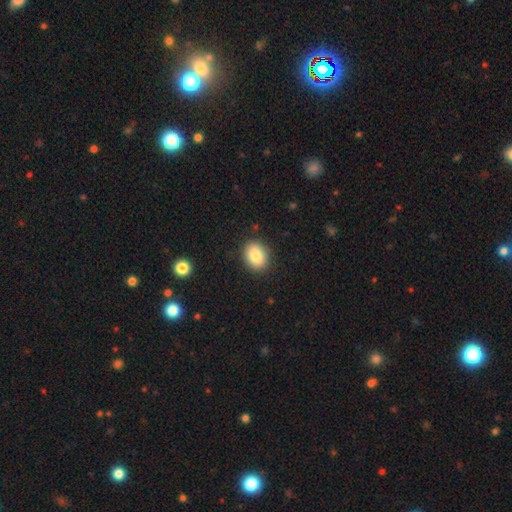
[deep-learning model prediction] Smooth or featured: smooth — 84% (star or artifact — 8%)
How rounded: in between — 62% (round — 37%)
Merging: none — 88% (minor disturbance — 9%)